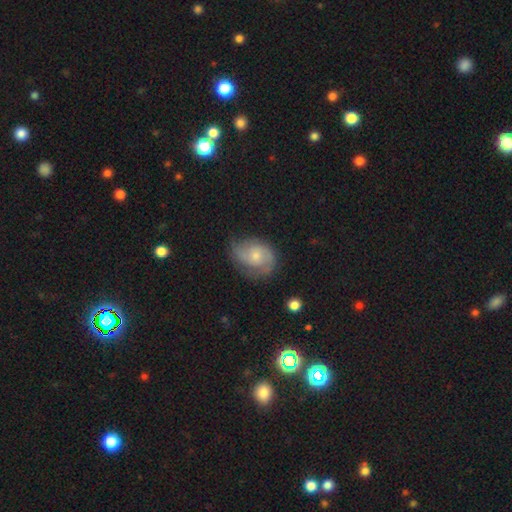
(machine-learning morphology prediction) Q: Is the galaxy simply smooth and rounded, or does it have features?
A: featured or disk — 65%.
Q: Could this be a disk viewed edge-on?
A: no — 97%.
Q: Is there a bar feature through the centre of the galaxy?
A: no — 69%.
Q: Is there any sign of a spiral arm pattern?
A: yes — 90%.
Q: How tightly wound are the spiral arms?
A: medium — 46%.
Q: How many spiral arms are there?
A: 2 — 67%.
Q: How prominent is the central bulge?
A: small — 52%.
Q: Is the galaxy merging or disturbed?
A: none — 62%.